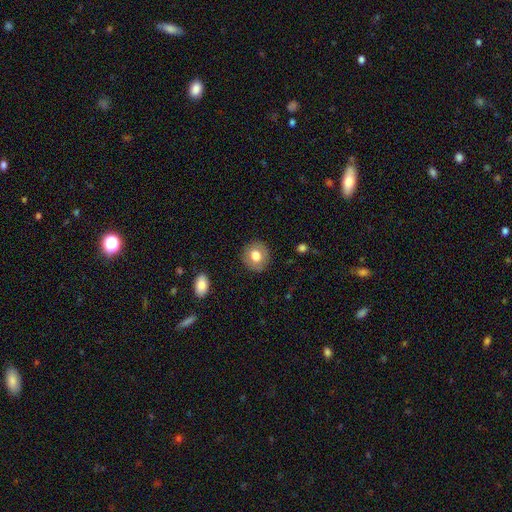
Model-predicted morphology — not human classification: smooth_or_featured: smooth (p=0.74) [alt: featured or disk p=0.18]
how_rounded: round (p=0.85) [alt: in between p=0.14]
merging: none (p=0.88) [alt: minor disturbance p=0.09]